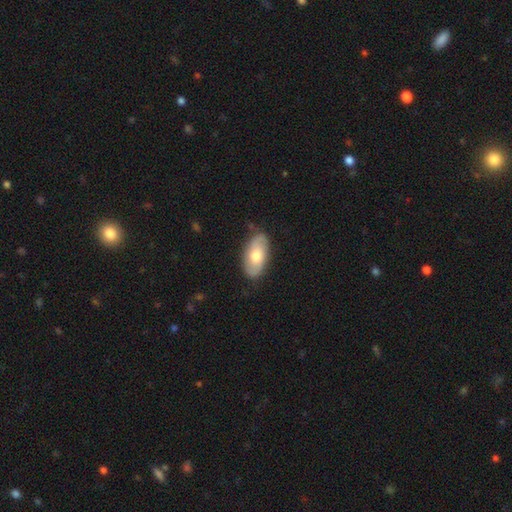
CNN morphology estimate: smooth-or-featured: smooth: 57% | featured or disk: 37% | star or artifact: 5%
  how-rounded: in between: 93% | round: 4% | cigar-shaped: 3%
  merging: none: 79% | minor disturbance: 16% | major disturbance: 3% | merger: 1%